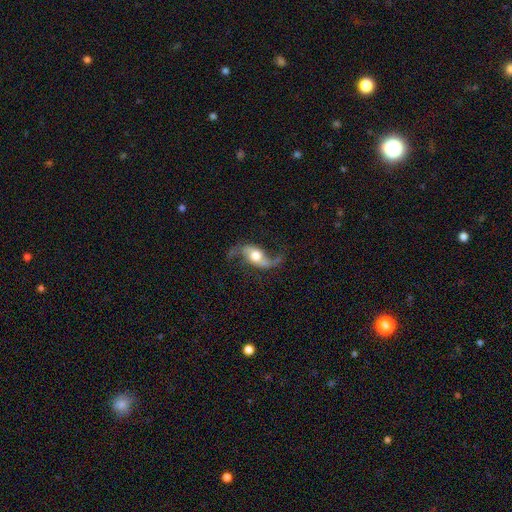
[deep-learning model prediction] A featured or disk galaxy (86%) with no bar (53%), 2 (94%) loose (83%) spiral arms (96%) and a moderate central bulge (49%). Merging: none (71%).